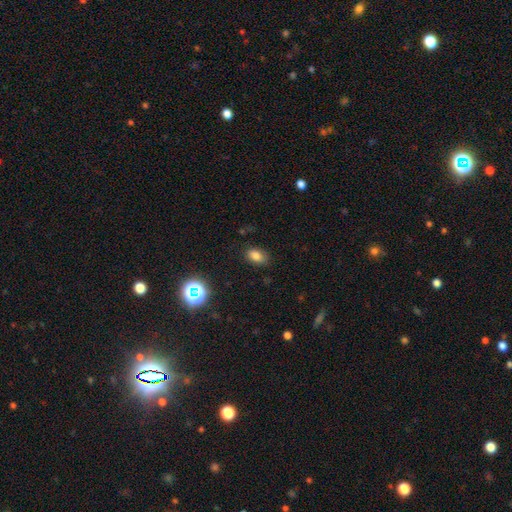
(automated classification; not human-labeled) smooth_or_featured: smooth (p=0.79) [alt: star or artifact p=0.14]
how_rounded: in between (p=0.85) [alt: round p=0.13]
merging: none (p=0.83) [alt: minor disturbance p=0.12]